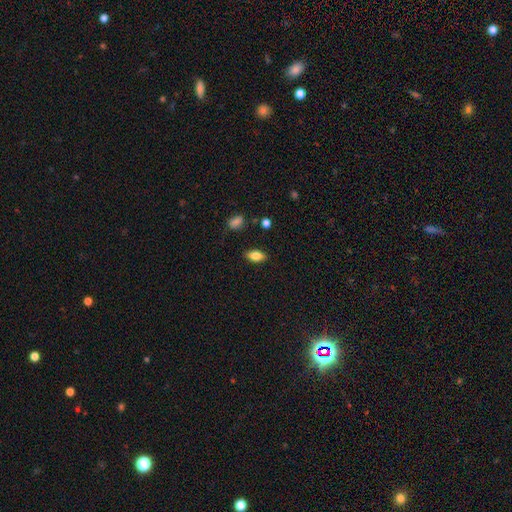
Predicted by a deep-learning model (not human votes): A smooth galaxy with no disk features (79%) that is in between round and cigar-shaped (87%). Merging: none (86%).